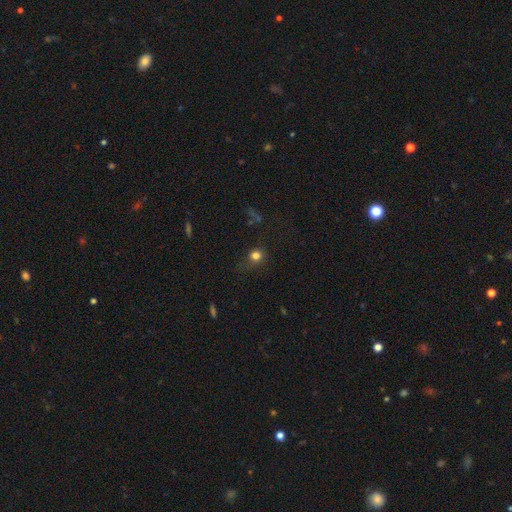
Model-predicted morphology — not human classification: smooth_or_featured: smooth (p=0.76) [alt: star or artifact p=0.16]
how_rounded: round (p=0.82) [alt: in between p=0.17]
merging: none (p=0.64) [alt: minor disturbance p=0.20]